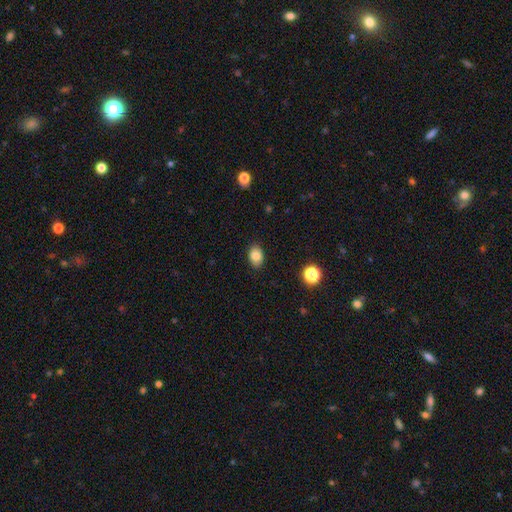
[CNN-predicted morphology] Q: Smooth or featured?
A: smooth (84%); runner-up: star or artifact (9%)
Q: How rounded?
A: in between (80%); runner-up: round (19%)
Q: Merging?
A: none (88%); runner-up: minor disturbance (9%)